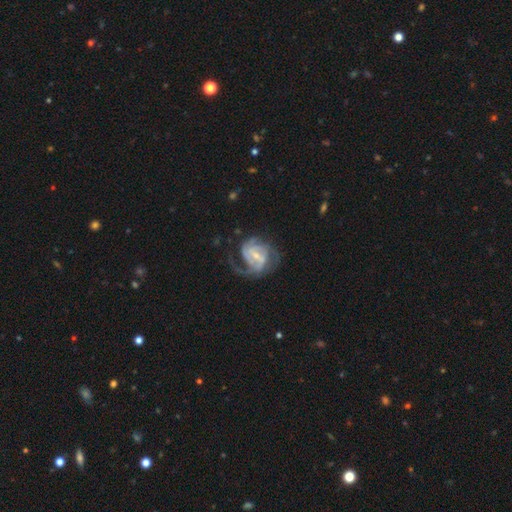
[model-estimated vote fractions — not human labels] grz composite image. It shows a featured or disk galaxy (87%) with a weak bar (53%), 2 (37%) medium (43%) spiral arms (95%) and a small central bulge (59%). Merging: none (50%).